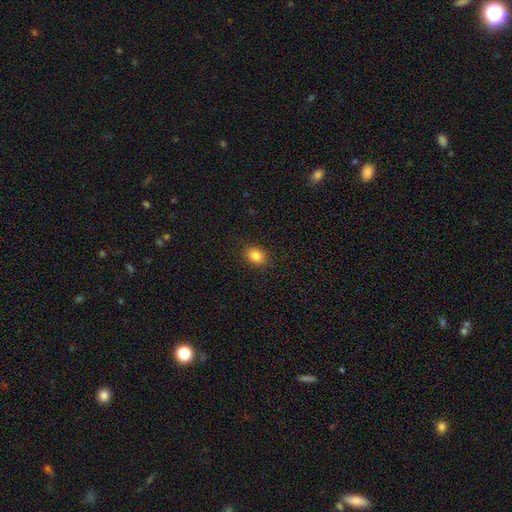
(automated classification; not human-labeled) A smooth galaxy with no disk features (84%) that is in between round and cigar-shaped (58%). Merging: none (89%).